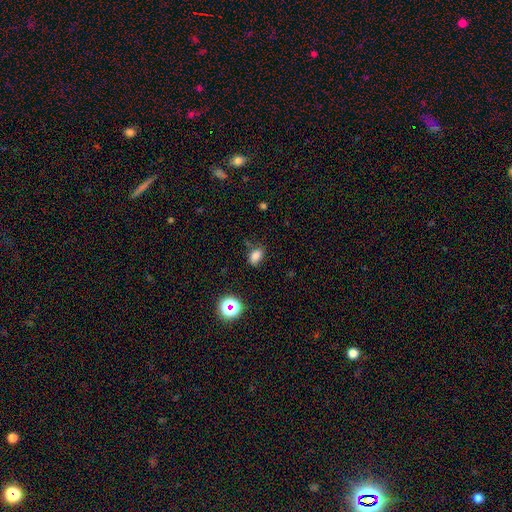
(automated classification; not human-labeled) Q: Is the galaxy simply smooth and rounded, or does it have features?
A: smooth — 76%.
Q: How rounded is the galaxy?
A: in between — 82%.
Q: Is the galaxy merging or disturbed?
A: none — 69%.